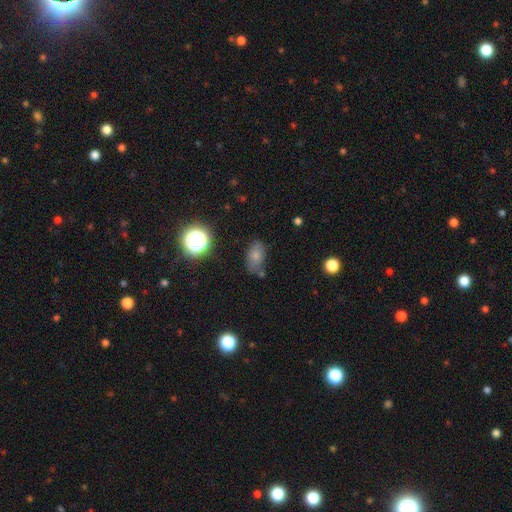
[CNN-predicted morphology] smooth-or-featured: smooth: 71% | star or artifact: 15% | featured or disk: 14%
  how-rounded: in between: 86% | round: 11% | cigar-shaped: 3%
  merging: none: 67% | minor disturbance: 20% | merger: 7% | major disturbance: 6%